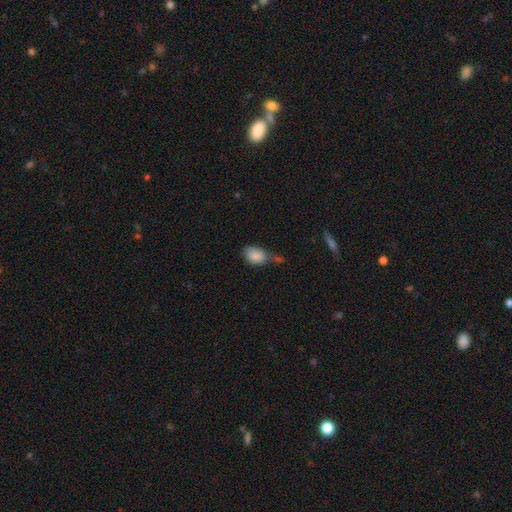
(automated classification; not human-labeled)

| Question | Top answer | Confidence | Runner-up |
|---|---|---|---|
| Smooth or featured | smooth | 87% | star or artifact (8%) |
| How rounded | in between | 79% | round (20%) |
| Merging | none | 43% | minor disturbance (27%) |